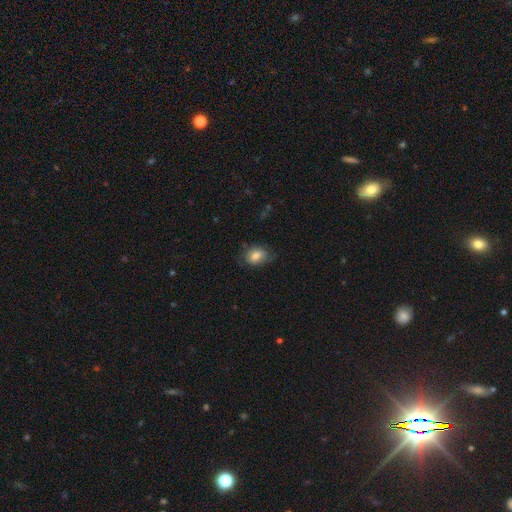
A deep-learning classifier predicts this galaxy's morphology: This appears to be a smooth galaxy with no disk features (77%) that is in between round and cigar-shaped (66%). Merging: none (65%).